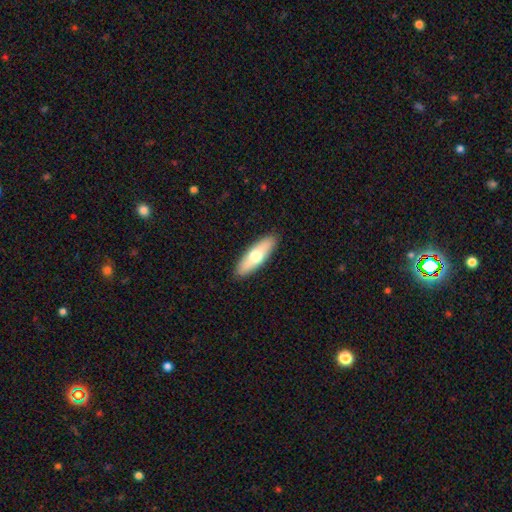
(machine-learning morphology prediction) type=smooth (63%); roundness=in between (49%, tied with cigar-shaped); merging=none (90%).